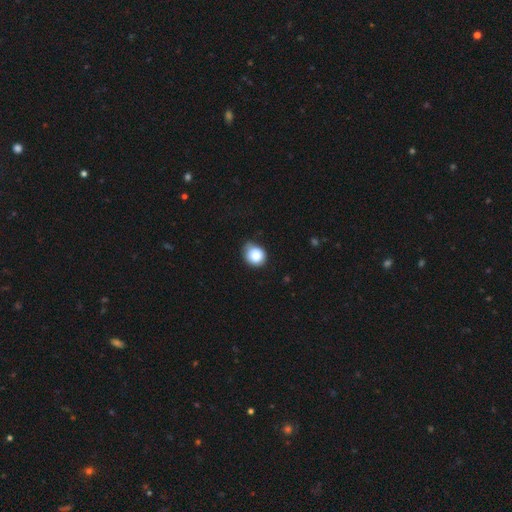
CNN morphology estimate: Q: Smooth or featured?
A: smooth (86%); runner-up: star or artifact (9%)
Q: How rounded?
A: round (77%); runner-up: in between (22%)
Q: Merging?
A: none (60%); runner-up: minor disturbance (32%)